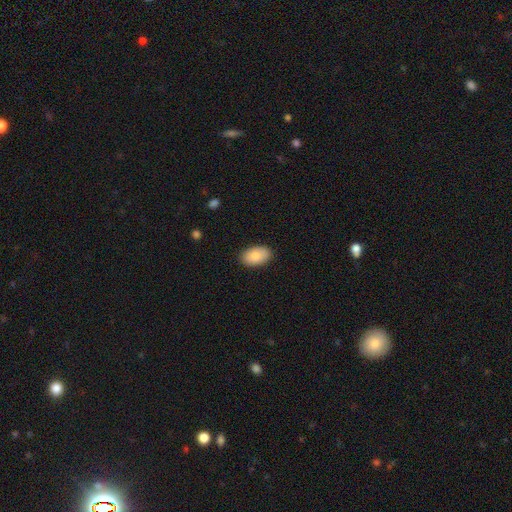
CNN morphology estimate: Smooth or featured? smooth (87%)
How rounded? in between (93%)
Merging? none (87%)